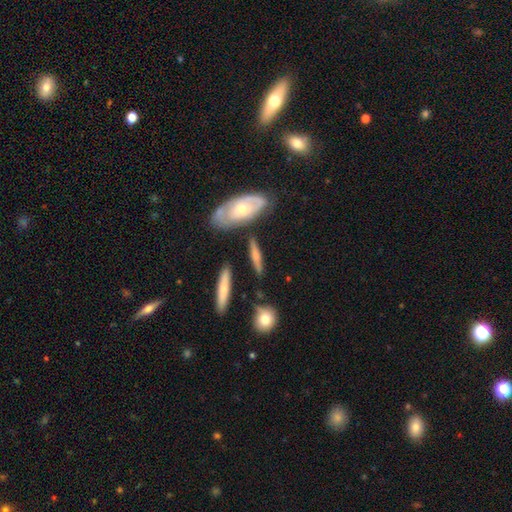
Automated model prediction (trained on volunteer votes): Overall: smooth (53%; featured or disk 41%). How rounded: cigar-shaped (69%). Merging: none (76%).